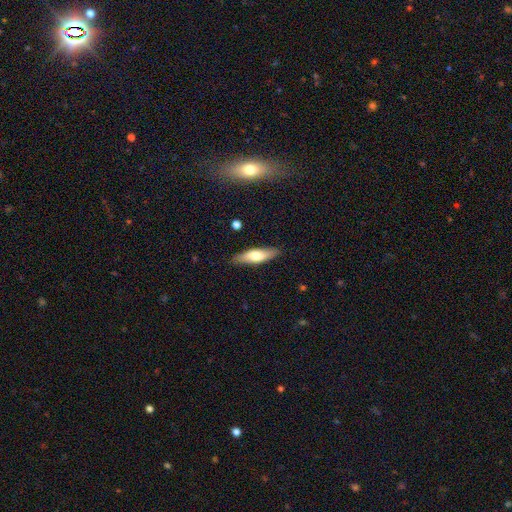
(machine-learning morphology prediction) A smooth galaxy with no disk features (64%) that is cigar-shaped (52%).

Vote fractions:
- Smooth or featured? smooth: 64% / featured or disk: 30% / star or artifact: 6%
- How rounded? cigar-shaped: 52% / in between: 46% / round: 2%
- Merging? none: 86% / minor disturbance: 11% / major disturbance: 2% / merger: 1%